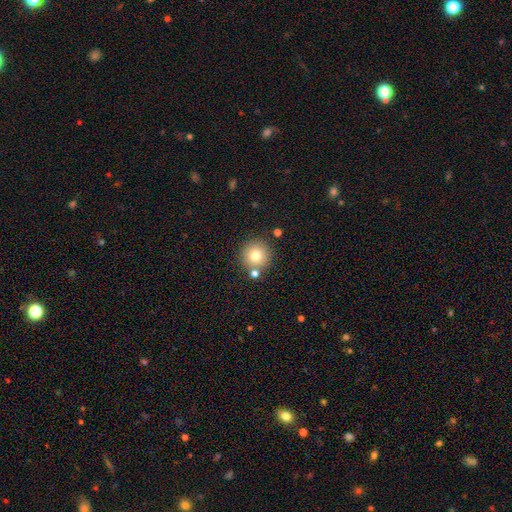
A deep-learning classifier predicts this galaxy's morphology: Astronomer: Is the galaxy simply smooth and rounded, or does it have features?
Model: smooth — 77%.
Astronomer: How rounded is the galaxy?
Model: round — 95%.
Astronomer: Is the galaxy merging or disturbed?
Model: none — 81%.